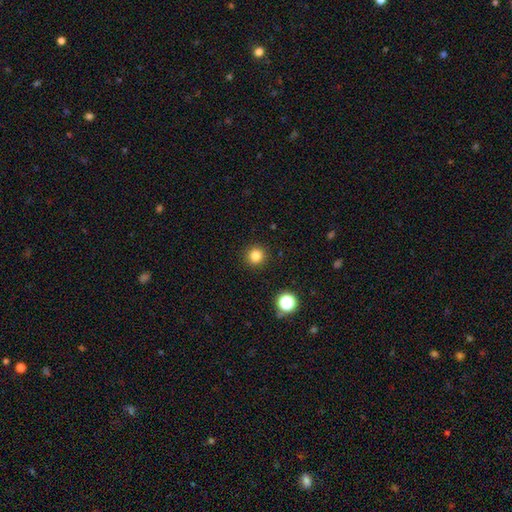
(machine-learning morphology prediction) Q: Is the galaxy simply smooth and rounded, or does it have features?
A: smooth — 82%.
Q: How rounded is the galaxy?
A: round — 94%.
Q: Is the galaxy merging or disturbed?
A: none — 92%.